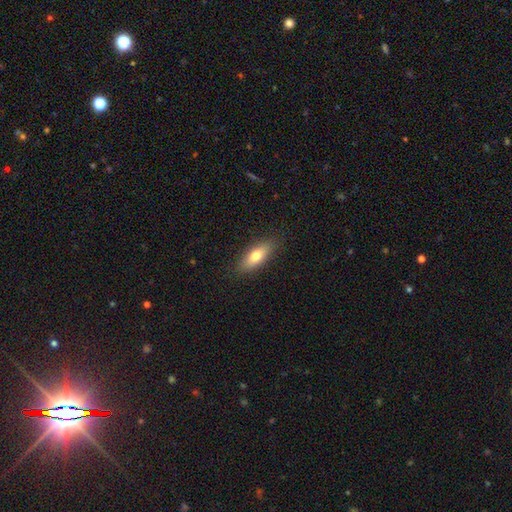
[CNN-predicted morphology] This is likely a smooth galaxy (71%). How rounded: likely in between (67%). Merging: clearly none (87%).